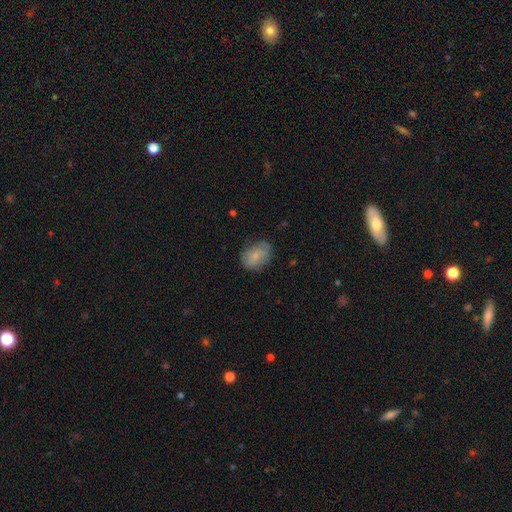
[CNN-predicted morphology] smooth_or_featured: smooth (p=0.75) [alt: featured or disk p=0.18]
how_rounded: in between (p=0.69) [alt: round p=0.30]
merging: none (p=0.68) [alt: minor disturbance p=0.24]